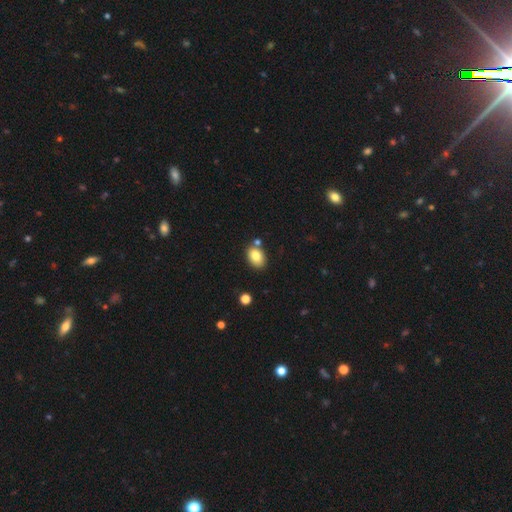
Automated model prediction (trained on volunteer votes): This appears to be a smooth galaxy with no disk features (82%) that is in between round and cigar-shaped (79%). Merging: none (74%).